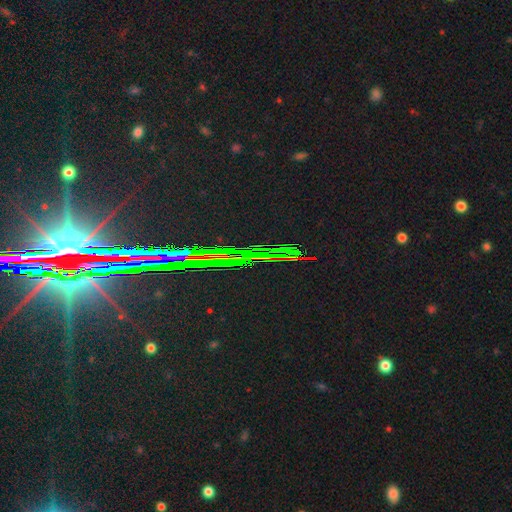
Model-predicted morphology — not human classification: Smooth or featured? Predicted: star or artifact (p=0.84).